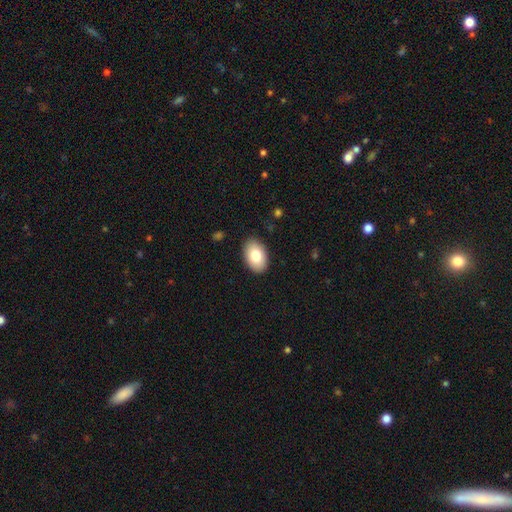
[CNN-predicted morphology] Smooth or featured?
  - smooth: 80% *
  - featured or disk: 13%
  - star or artifact: 7%
How rounded?
  - in between: 92% *
  - round: 7%
  - cigar-shaped: 1%
Merging?
  - none: 88% *
  - minor disturbance: 9%
  - major disturbance: 2%
  - merger: 1%